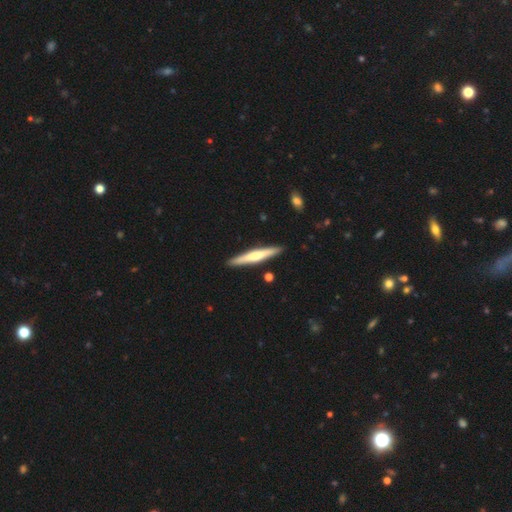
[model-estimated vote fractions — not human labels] Smooth or featured: featured or disk — 51% (smooth — 44%)
Edge-on disk: yes — 96% (no — 4%)
Merging: none — 90% (minor disturbance — 7%)